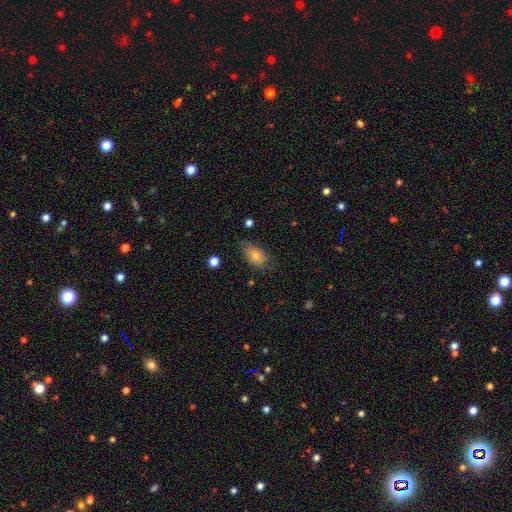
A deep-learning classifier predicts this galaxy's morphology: type=smooth (82%); roundness=in between (89%); merging=none (64%).